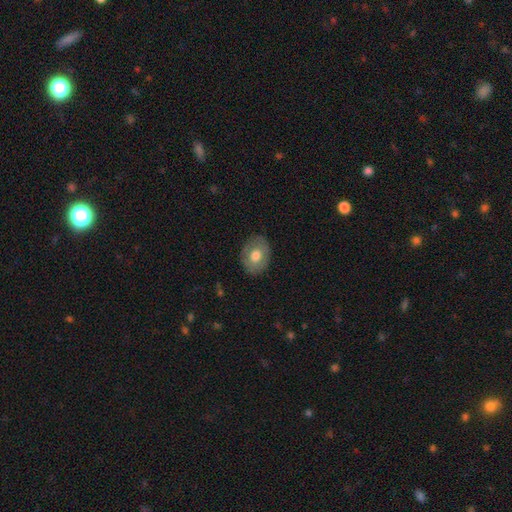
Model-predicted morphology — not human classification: Overall: smooth (66%; featured or disk 27%). How rounded: in between (65%; round 34%). Merging: none (83%).